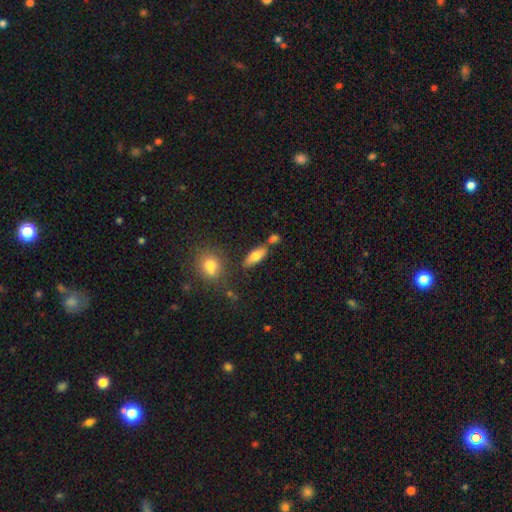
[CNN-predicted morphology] smooth-or-featured: smooth: 71% | featured or disk: 21% | star or artifact: 8%
  how-rounded: in between: 69% | cigar-shaped: 27% | round: 4%
  merging: none: 69% | merger: 14% | minor disturbance: 13% | major disturbance: 4%